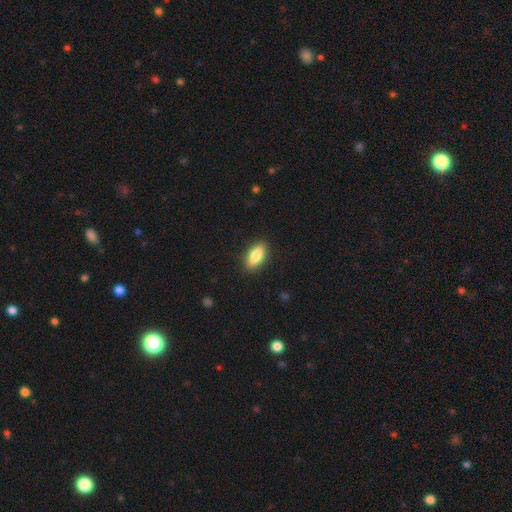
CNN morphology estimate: smooth-or-featured: smooth: 82% | featured or disk: 12% | star or artifact: 6%
  how-rounded: in between: 84% | cigar-shaped: 13% | round: 3%
  merging: none: 89% | minor disturbance: 8% | major disturbance: 2% | merger: 1%